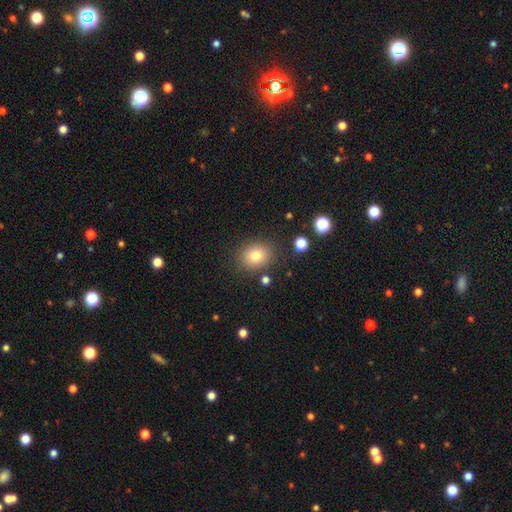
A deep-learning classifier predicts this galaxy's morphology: The model was most divided on "how rounded": round: 63%, in between: 36%, cigar-shaped: 1%. More confident: merging — none (83%); smooth or featured — smooth (79%).